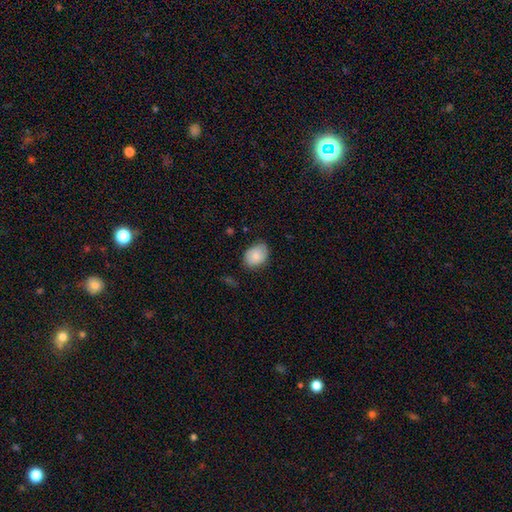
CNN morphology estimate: Smooth or featured? Predicted: smooth (p=0.78). How rounded? Predicted: in between (p=0.69). Merging? Predicted: none (p=0.69).